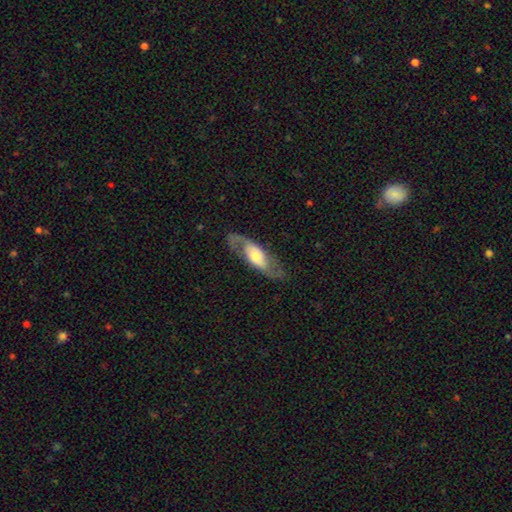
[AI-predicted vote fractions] Smooth or featured: featured or disk — 70% (smooth — 24%)
Edge-on disk: no — 82% (yes — 18%)
Bar: no — 60% (weak — 28%)
Spiral arms: yes — 82% (no — 18%)
Bulge size: moderate — 54% (large — 22%)
Merging: none — 74% (minor disturbance — 15%)